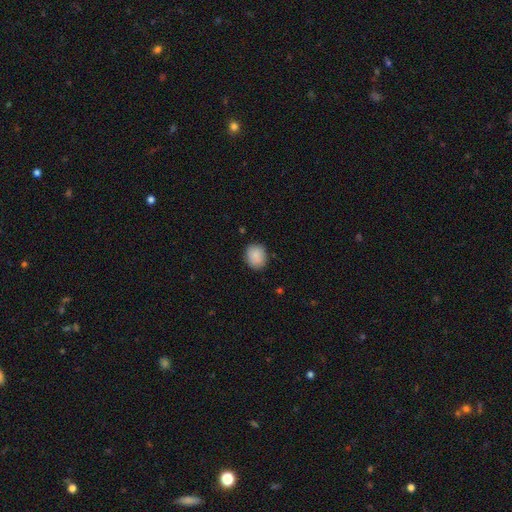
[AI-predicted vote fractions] A smooth galaxy with no disk features (89%) that is round (69%). Merging: none (86%).